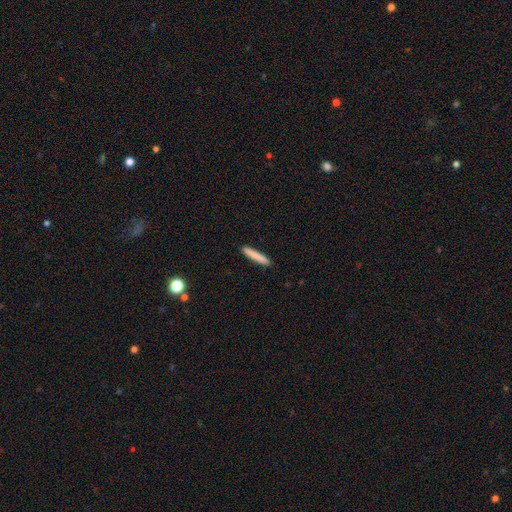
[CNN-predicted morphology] smooth_or_featured: smooth (p=0.83) [alt: featured or disk p=0.11]
how_rounded: cigar-shaped (p=0.94) [alt: in between p=0.05]
merging: none (p=0.91) [alt: minor disturbance p=0.06]